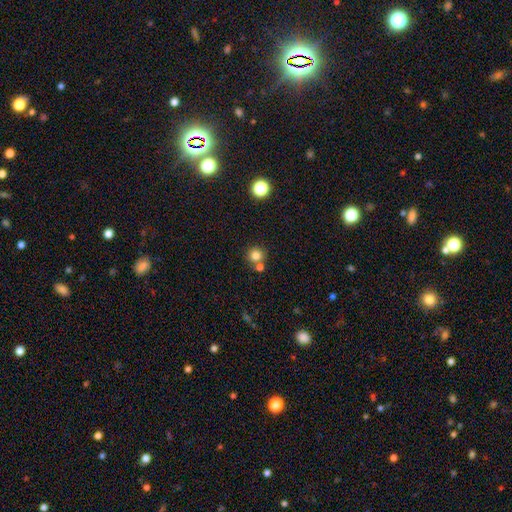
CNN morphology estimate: A smooth galaxy with no disk features (80%) that is round (92%). Merging: none (68%).